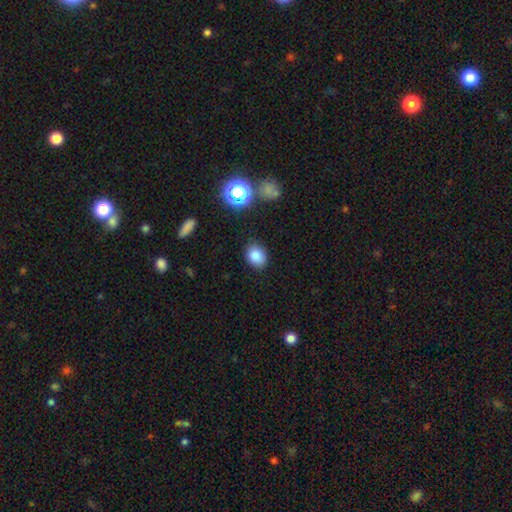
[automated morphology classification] Overall: smooth (83%). How rounded: in between (51%; round 48%). Merging: none (83%).